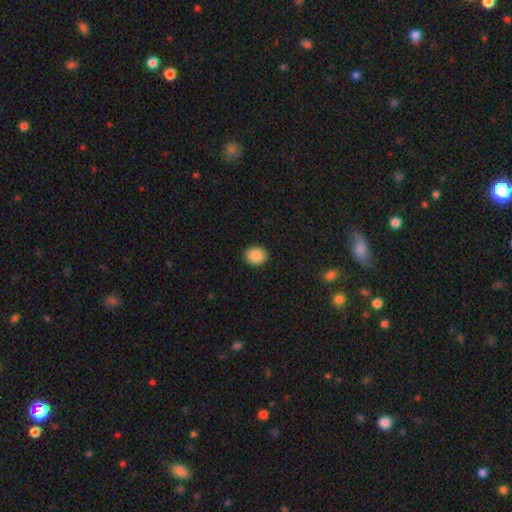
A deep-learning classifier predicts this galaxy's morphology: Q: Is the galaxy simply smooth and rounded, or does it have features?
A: smooth — 87%.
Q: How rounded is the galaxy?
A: round — 75%.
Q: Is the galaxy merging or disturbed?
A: none — 92%.